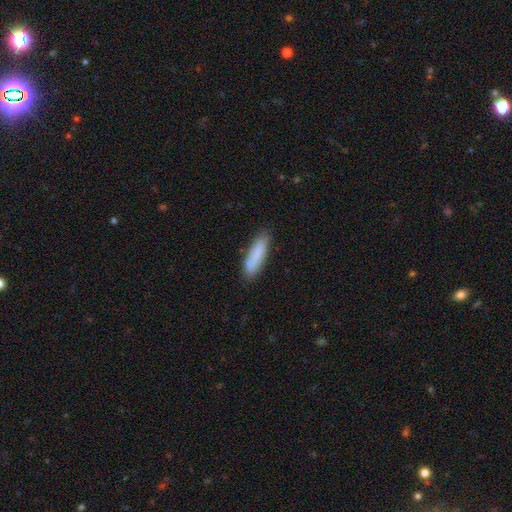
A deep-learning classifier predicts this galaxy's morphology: smooth 82%, featured or disk 11%, star or artifact 7%. Down the decision tree: how rounded — cigar-shaped (64%); merging — none (76%).